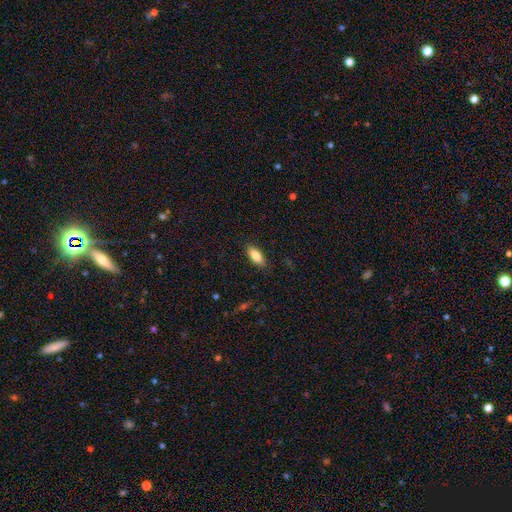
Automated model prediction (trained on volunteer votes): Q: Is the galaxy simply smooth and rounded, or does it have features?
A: smooth — 84%.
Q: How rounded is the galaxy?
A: in between — 83%.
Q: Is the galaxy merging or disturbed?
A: none — 86%.